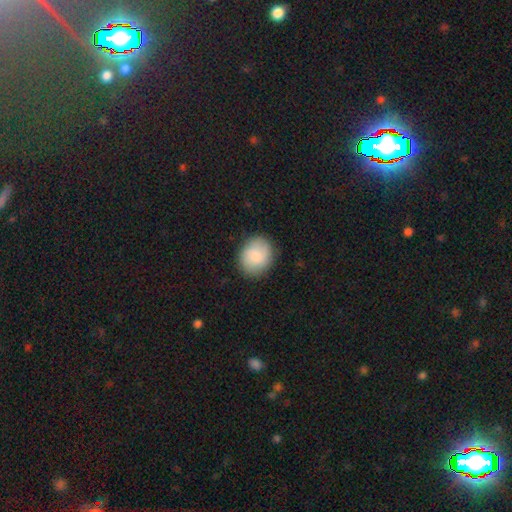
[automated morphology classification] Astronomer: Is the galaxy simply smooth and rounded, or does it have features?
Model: smooth — 79%.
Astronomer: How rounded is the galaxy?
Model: round — 68%.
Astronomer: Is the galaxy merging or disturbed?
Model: none — 87%.